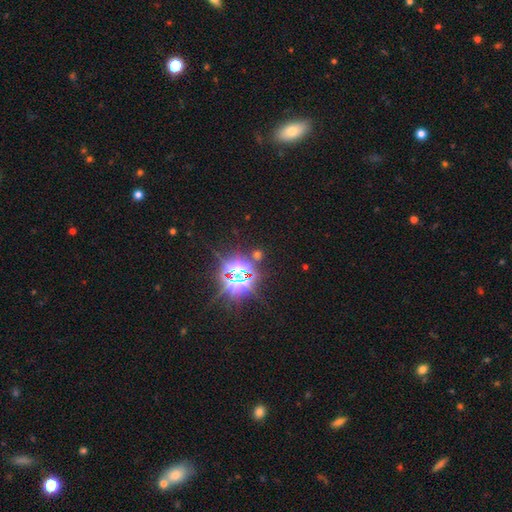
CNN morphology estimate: This is clearly a star or artifact rather than a galaxy (82%).